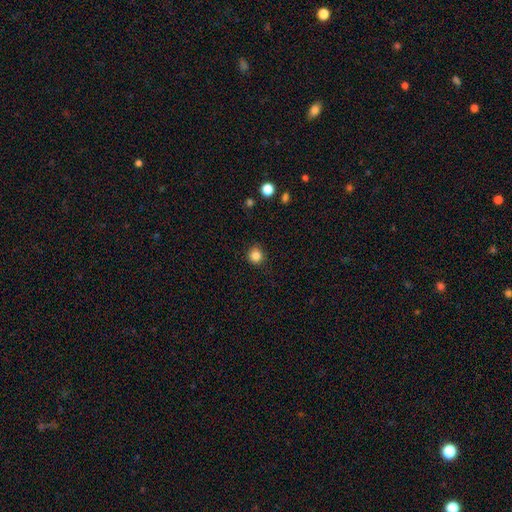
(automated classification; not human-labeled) A smooth galaxy with no disk features (85%) that is round (93%). Merging: none (89%).